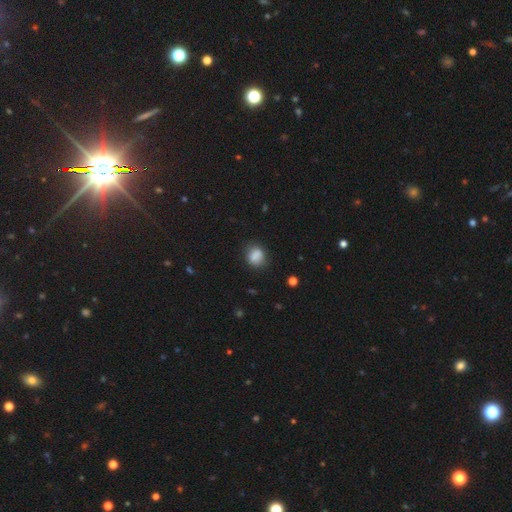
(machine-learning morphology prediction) Smooth or featured? smooth (85%)
How rounded? round (62%)
Merging? none (76%)